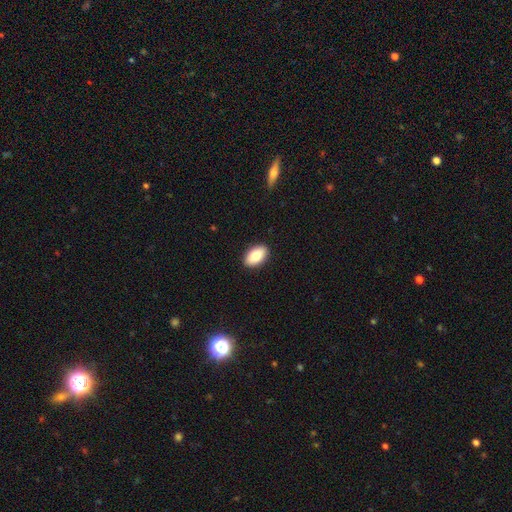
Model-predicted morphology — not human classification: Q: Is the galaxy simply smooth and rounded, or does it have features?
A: smooth — 82%.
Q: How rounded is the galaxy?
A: in between — 93%.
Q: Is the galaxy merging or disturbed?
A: none — 91%.